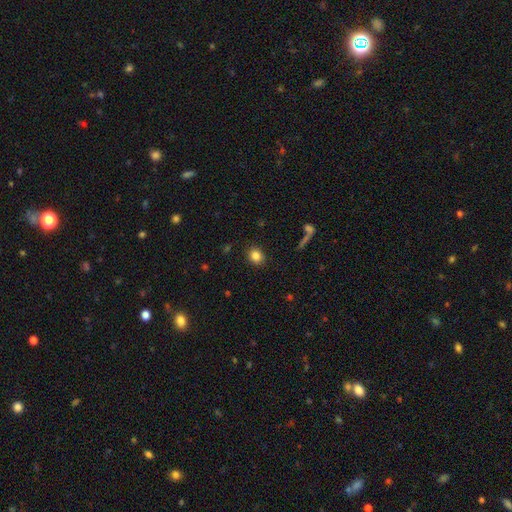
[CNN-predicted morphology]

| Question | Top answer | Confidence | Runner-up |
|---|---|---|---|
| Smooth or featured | smooth | 84% | star or artifact (10%) |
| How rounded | round | 71% | in between (28%) |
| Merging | none | 89% | minor disturbance (7%) |